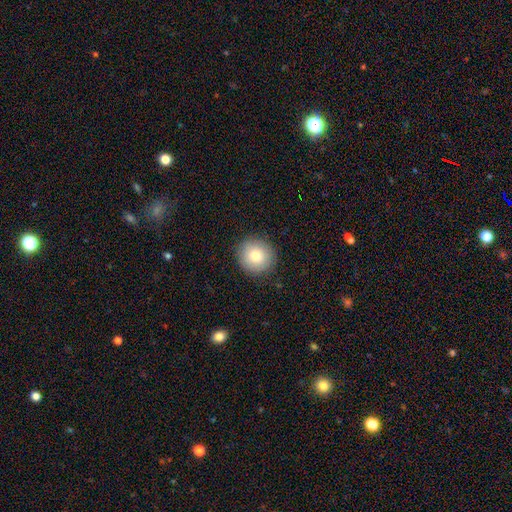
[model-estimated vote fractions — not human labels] Smooth or featured?
  - smooth: 78% *
  - featured or disk: 12%
  - star or artifact: 9%
How rounded?
  - round: 92% *
  - in between: 7%
  - cigar-shaped: 1%
Merging?
  - none: 89% *
  - minor disturbance: 8%
  - major disturbance: 2%
  - merger: 1%